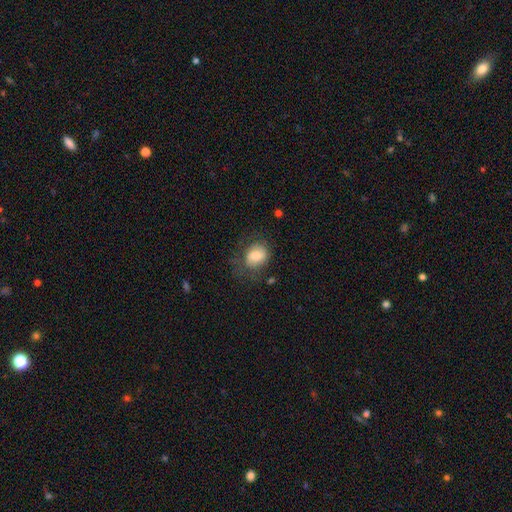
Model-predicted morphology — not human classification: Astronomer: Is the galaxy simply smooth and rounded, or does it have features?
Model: smooth — 70%.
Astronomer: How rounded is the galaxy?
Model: round — 53% (runner-up: in between, 46%).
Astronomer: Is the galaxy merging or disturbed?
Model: none — 61%.